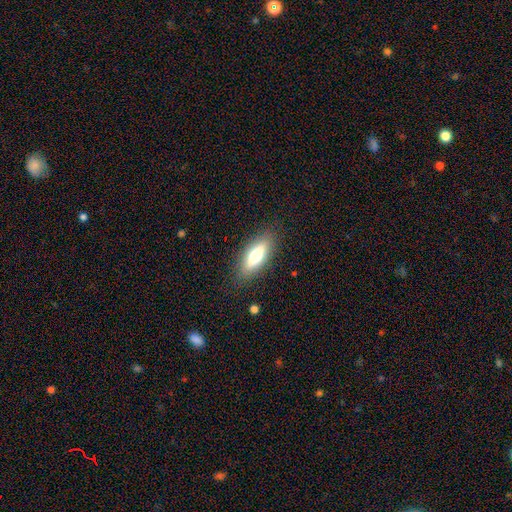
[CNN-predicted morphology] Overall: smooth (70%). How rounded: in between (69%; cigar-shaped 29%). Merging: none (85%).